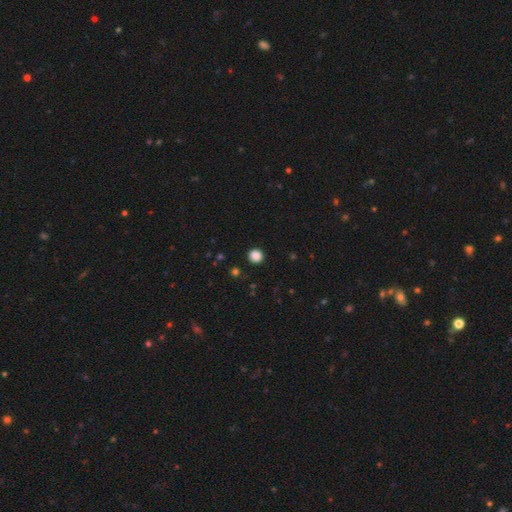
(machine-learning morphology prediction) This appears to be a smooth galaxy with no disk features (87%) that is round (94%). Merging: none (93%).